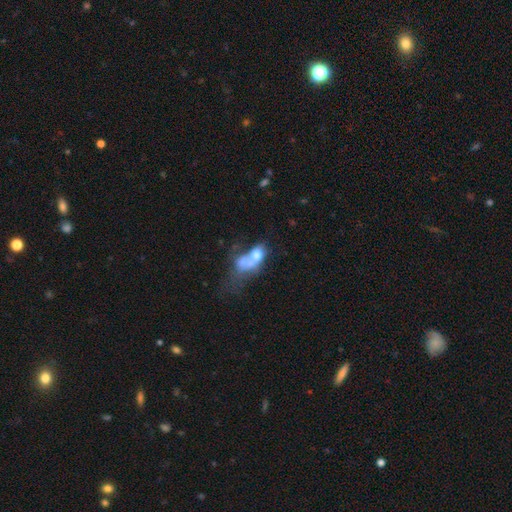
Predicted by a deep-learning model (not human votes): A smooth galaxy with no disk features (46%).

Vote fractions:
- Smooth or featured? smooth: 46% / featured or disk: 40% / star or artifact: 14%
- Merging? merger: 59% / major disturbance: 19% / none: 14% / minor disturbance: 8%